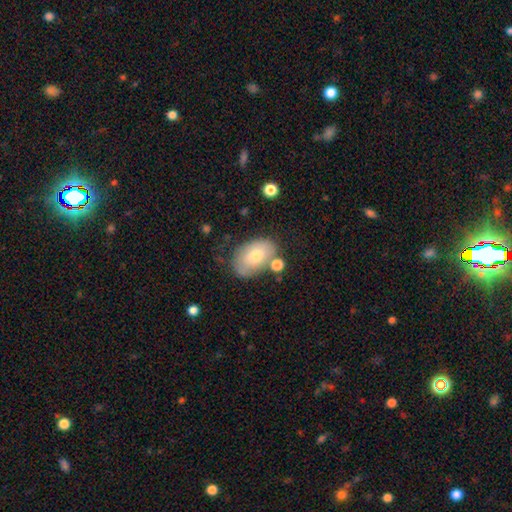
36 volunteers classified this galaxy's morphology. Smooth or featured?
  - smooth: 69% *
  - featured or disk: 31%
  - star or artifact: 0%
How rounded?
  - in between: 84% *
  - round: 12%
  - cigar-shaped: 4%
Merging?
  - none: 56% *
  - minor disturbance: 25%
  - merger: 14%
  - major disturbance: 6%